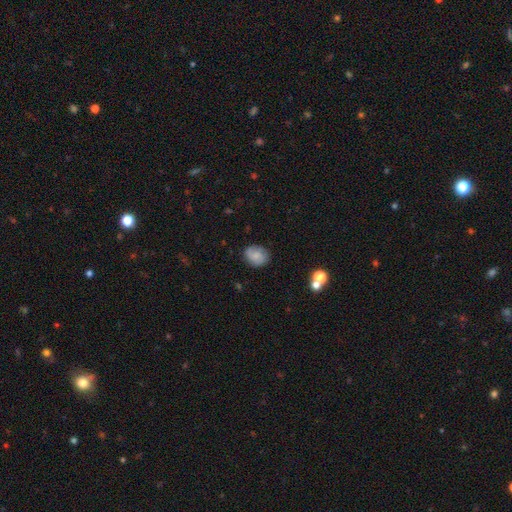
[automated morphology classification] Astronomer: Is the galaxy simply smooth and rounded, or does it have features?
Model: smooth — 64%.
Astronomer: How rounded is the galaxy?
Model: round — 62%.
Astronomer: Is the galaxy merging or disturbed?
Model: none — 79%.